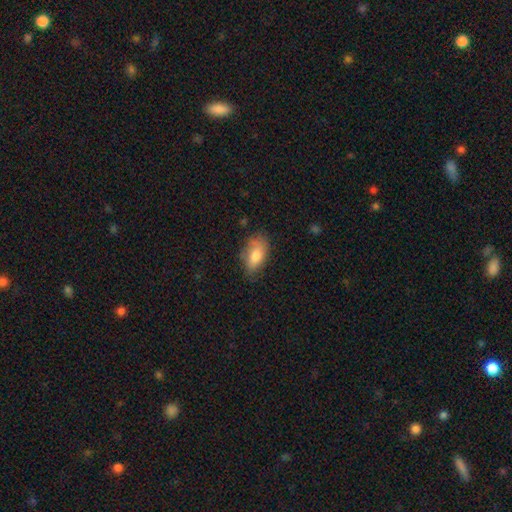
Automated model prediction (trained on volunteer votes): smooth 78%, featured or disk 15%, star or artifact 7%. Down the decision tree: how rounded — in between (91%); merging — none (68%).